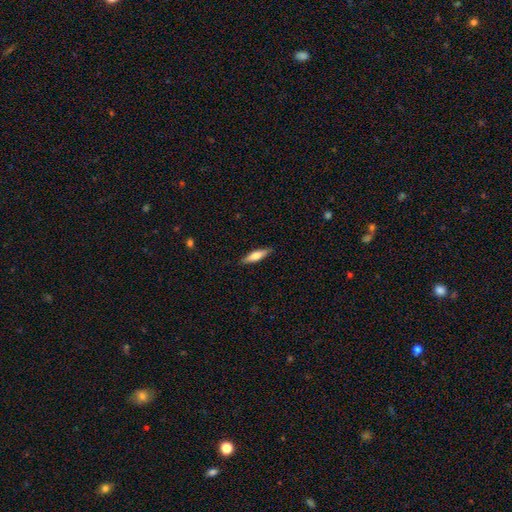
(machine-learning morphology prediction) This appears to be a smooth galaxy with no disk features (59%) that is cigar-shaped (68%). Merging: none (88%).